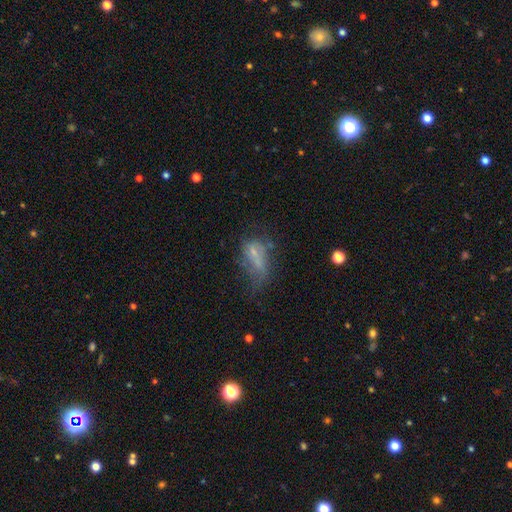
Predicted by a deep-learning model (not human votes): Smooth or featured? Predicted: smooth (p=0.45). Merging? Predicted: major disturbance (p=0.40).